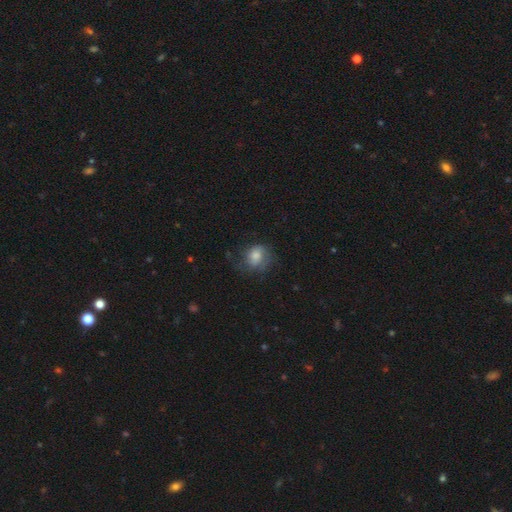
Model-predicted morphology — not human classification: smooth_or_featured: smooth (p=0.63) [alt: featured or disk p=0.26]
how_rounded: round (p=0.66) [alt: in between p=0.33]
merging: none (p=0.58) [alt: minor disturbance p=0.25]